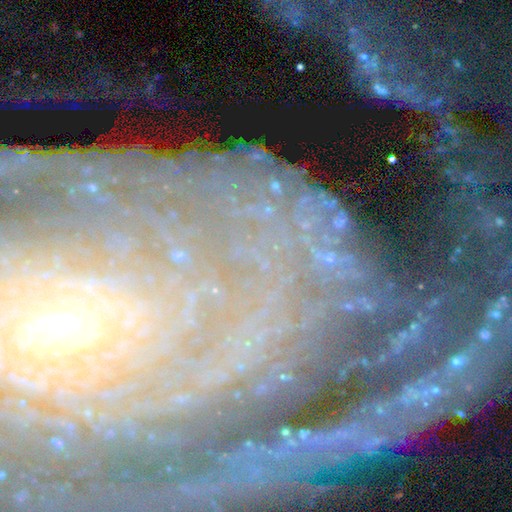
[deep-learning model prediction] star or artifact 51%, featured or disk 36%, smooth 14%.